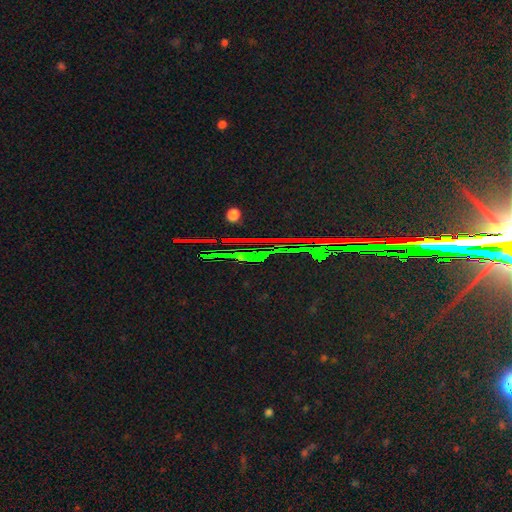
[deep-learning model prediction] This is clearly a star or artifact rather than a galaxy (85%).